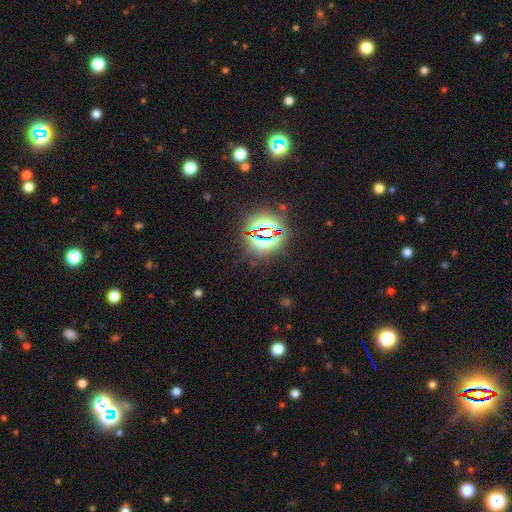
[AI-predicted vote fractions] A star or artifact, not a galaxy (81%).